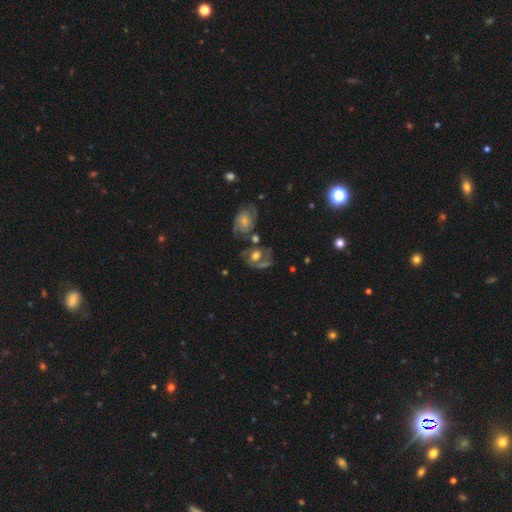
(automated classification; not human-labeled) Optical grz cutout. It shows a featured or disk galaxy (61%) with no bar (69%), spiral arms (67%) and a moderate central bulge (51%). Merging: none (44%).